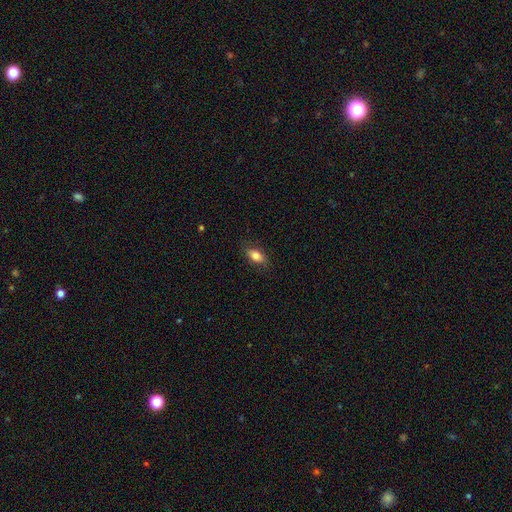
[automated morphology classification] Q: Smooth or featured?
A: smooth (79%); runner-up: featured or disk (13%)
Q: How rounded?
A: in between (84%); runner-up: cigar-shaped (10%)
Q: Merging?
A: none (83%); runner-up: minor disturbance (13%)